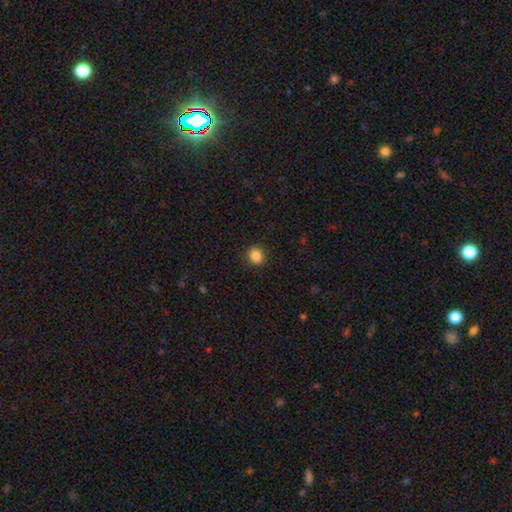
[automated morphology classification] type=smooth (85%); roundness=round (80%); merging=none (90%).